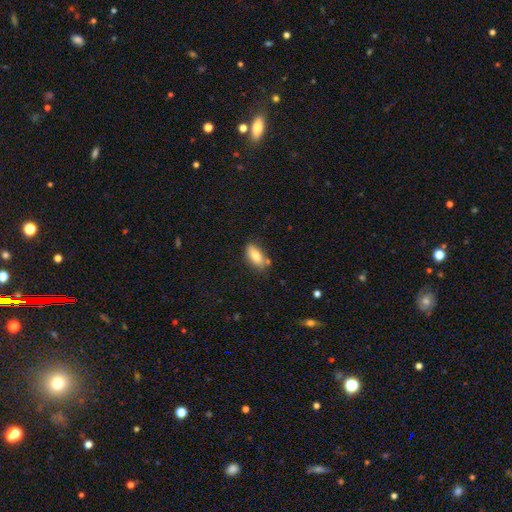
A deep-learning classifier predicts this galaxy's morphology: Overall: smooth (79%). How rounded: in between (88%). Merging: none (76%).